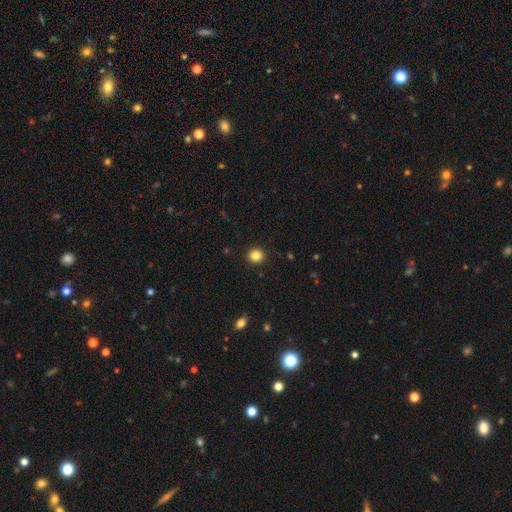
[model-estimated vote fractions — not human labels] This appears to be a smooth galaxy with no disk features (84%) that is round (91%). Merging: none (93%).